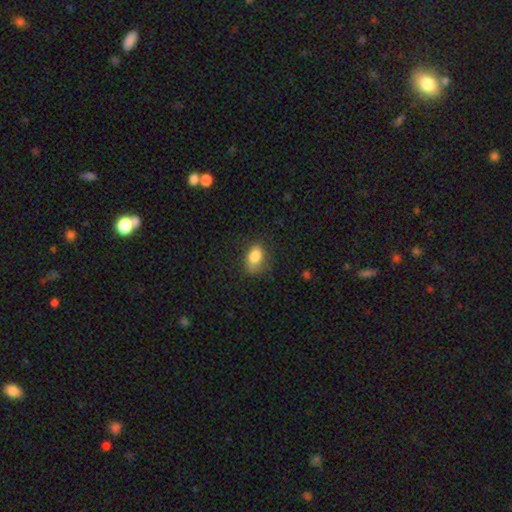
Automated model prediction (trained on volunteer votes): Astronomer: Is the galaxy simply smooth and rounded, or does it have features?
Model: smooth — 82%.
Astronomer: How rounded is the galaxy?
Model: in between — 77%.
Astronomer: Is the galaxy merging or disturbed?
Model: none — 59%.